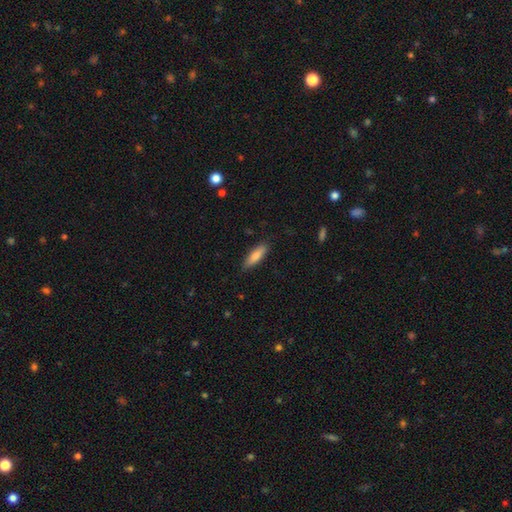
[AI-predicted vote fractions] smooth-or-featured: smooth: 77% | featured or disk: 17% | star or artifact: 6%
  how-rounded: cigar-shaped: 56% | in between: 42% | round: 2%
  merging: none: 86% | minor disturbance: 11% | major disturbance: 2% | merger: 1%